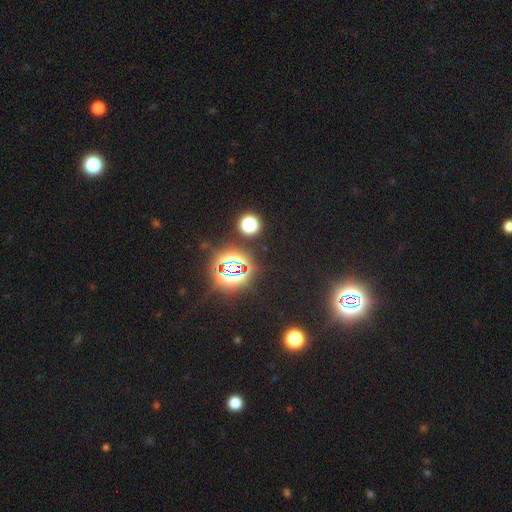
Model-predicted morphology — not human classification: The model was most divided on "smooth or featured": star or artifact: 81%, smooth: 14%, featured or disk: 6%.